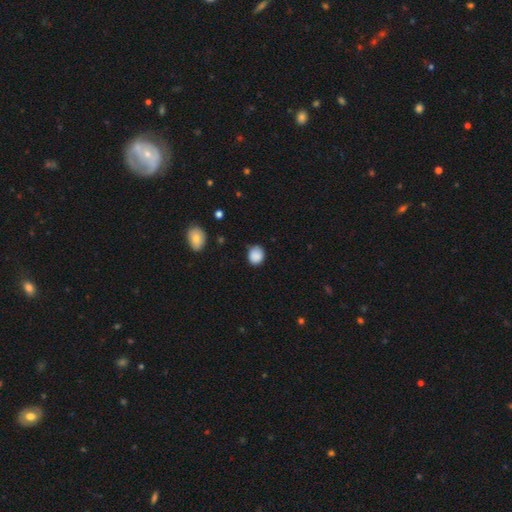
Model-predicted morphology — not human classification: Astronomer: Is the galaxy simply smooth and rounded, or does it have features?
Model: smooth — 88%.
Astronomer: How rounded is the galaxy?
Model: round — 69%.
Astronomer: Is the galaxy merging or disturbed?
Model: none — 82%.